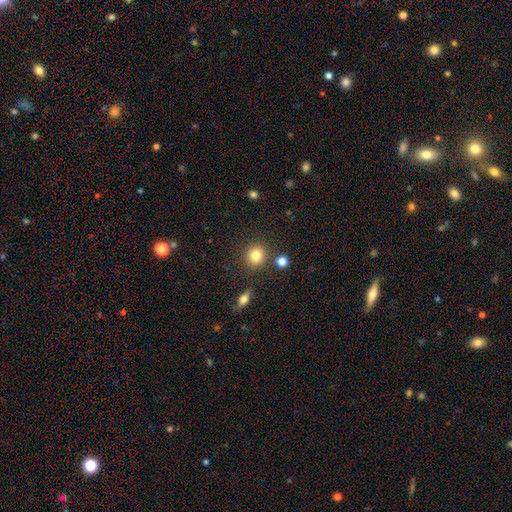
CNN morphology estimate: A smooth galaxy with no disk features (83%) that is round (87%).

Vote fractions:
- Smooth or featured? smooth: 83% / star or artifact: 11% / featured or disk: 7%
- How rounded? round: 87% / in between: 12% / cigar-shaped: 1%
- Merging? none: 85% / minor disturbance: 7% / merger: 5% / major disturbance: 3%